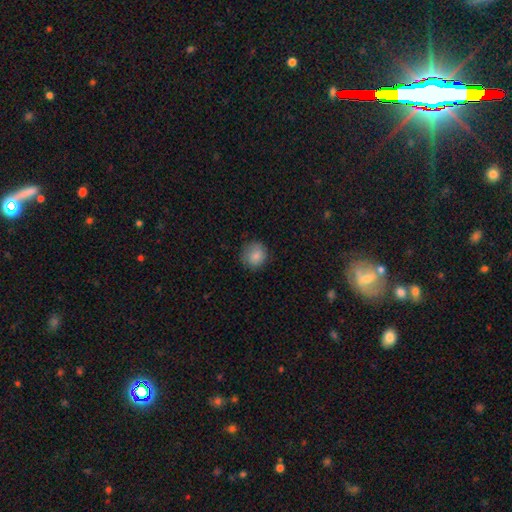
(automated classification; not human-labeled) The model was most divided on "merging": none: 80%, minor disturbance: 16%, major disturbance: 4%, merger: 1%. More confident: how rounded — round (87%); smooth or featured — smooth (83%).